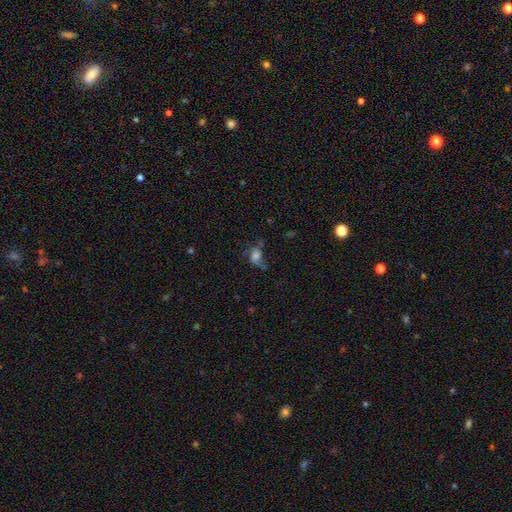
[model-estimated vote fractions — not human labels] Smooth or featured?
  - smooth: 63% *
  - featured or disk: 21%
  - star or artifact: 16%
How rounded?
  - in between: 66% *
  - round: 31%
  - cigar-shaped: 3%
Merging?
  - none: 38% *
  - major disturbance: 29%
  - minor disturbance: 25%
  - merger: 8%